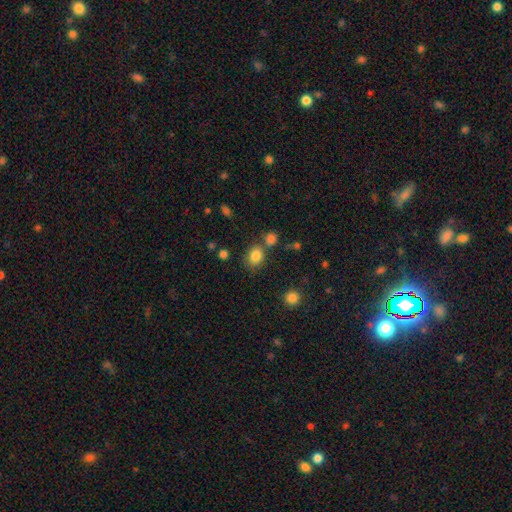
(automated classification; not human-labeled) Smooth or featured: smooth — 83% (star or artifact — 12%)
How rounded: round — 59% (in between — 40%)
Merging: none — 67% (merger — 17%)